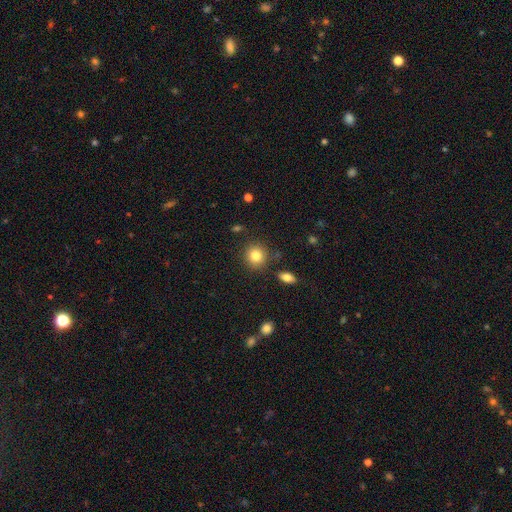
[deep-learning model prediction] Smooth or featured? smooth (84%)
How rounded? round (86%)
Merging? none (86%)